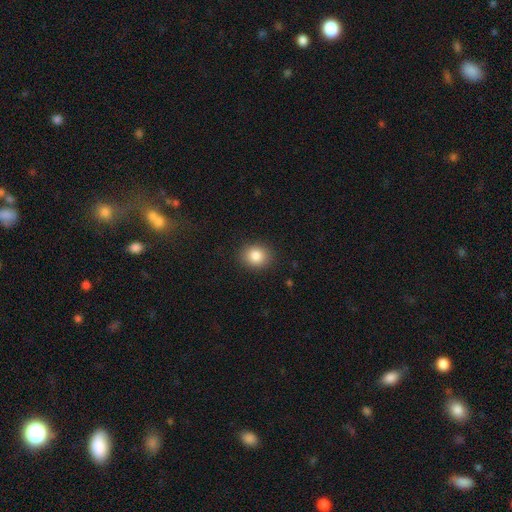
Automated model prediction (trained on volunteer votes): A smooth galaxy with no disk features (85%) that is round (67%). Merging: none (89%).